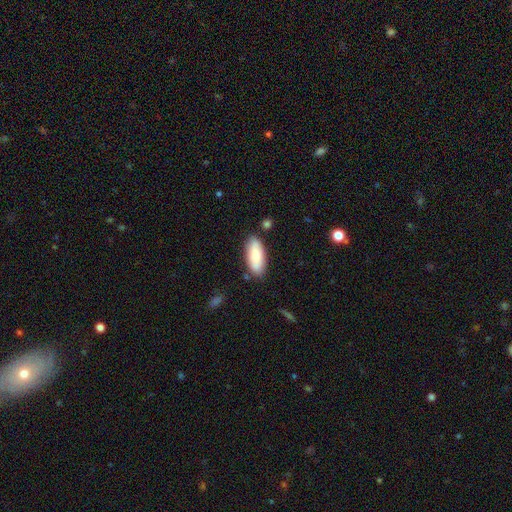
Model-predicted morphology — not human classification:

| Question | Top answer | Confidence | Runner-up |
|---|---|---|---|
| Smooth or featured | smooth | 83% | featured or disk (11%) |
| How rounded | in between | 82% | cigar-shaped (16%) |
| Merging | none | 81% | minor disturbance (13%) |